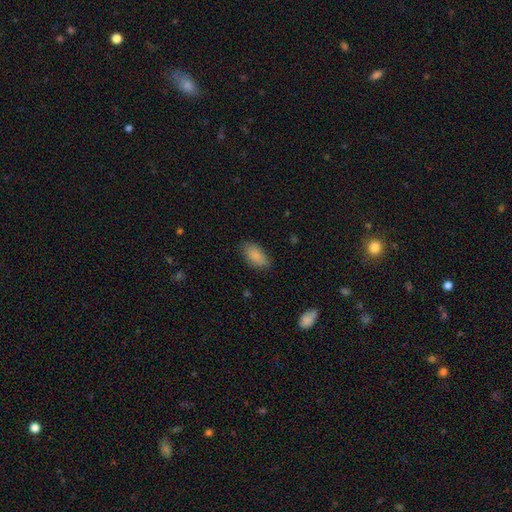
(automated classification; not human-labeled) Morphology: type=smooth (87%); roundness=in between (92%); merging=none (80%).